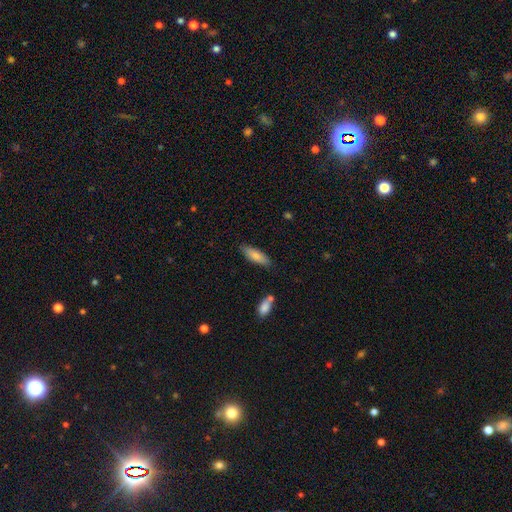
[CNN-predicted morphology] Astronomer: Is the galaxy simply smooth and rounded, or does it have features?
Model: smooth — 80%.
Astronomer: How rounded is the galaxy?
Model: in between — 54% (runner-up: cigar-shaped, 44%).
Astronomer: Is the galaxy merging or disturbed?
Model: none — 81%.